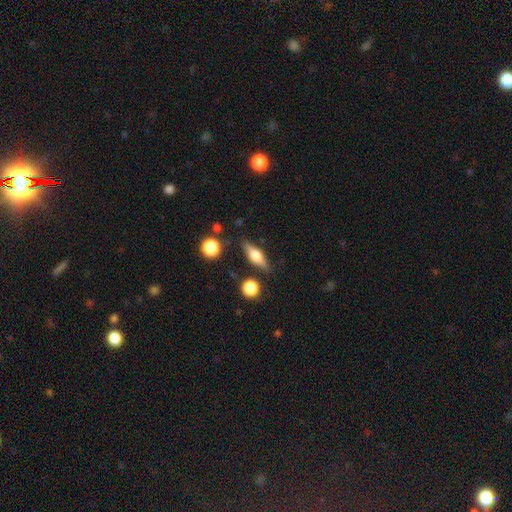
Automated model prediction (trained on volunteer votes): Morphology: type=smooth (47%); merging=none (82%).